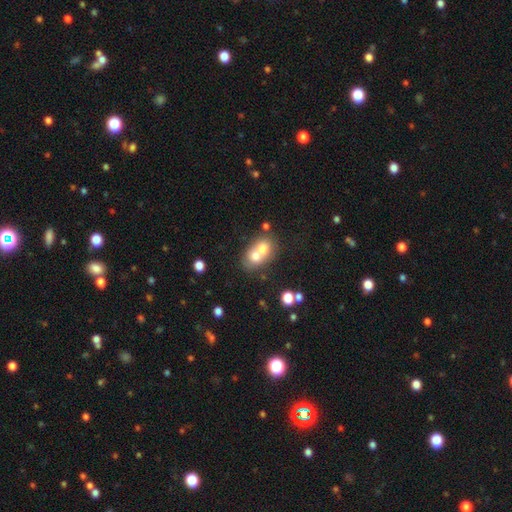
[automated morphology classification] Smooth or featured?
  - smooth: 66% *
  - featured or disk: 24%
  - star or artifact: 10%
How rounded?
  - round: 52% *
  - in between: 46%
  - cigar-shaped: 1%
Merging?
  - merger: 71% *
  - none: 21%
  - minor disturbance: 6%
  - major disturbance: 3%